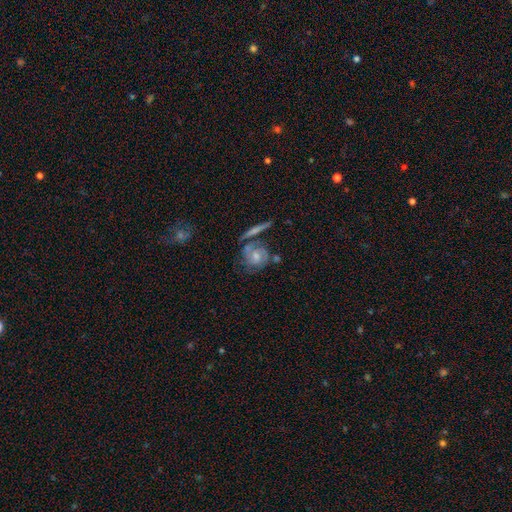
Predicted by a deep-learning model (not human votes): The model was most divided on "spiral winding": tight: 53%, medium: 37%, loose: 10%. More confident: edge-on disk — no (91%); spiral arms — yes (85%); bar — no (69%); smooth or featured — featured or disk (66%); merging — none (52%); bulge size — moderate (51%); spiral arm count — 2 (51%).